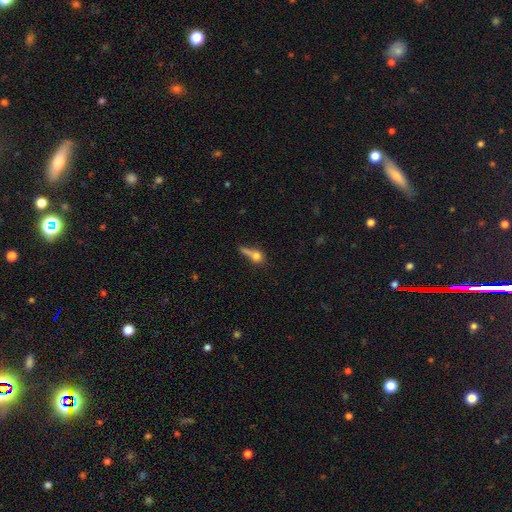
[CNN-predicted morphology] smooth-or-featured: smooth: 67% | featured or disk: 21% | star or artifact: 12%
  how-rounded: round: 47% | in between: 35% | cigar-shaped: 19%
  merging: none: 30% | merger: 27% | major disturbance: 24% | minor disturbance: 19%